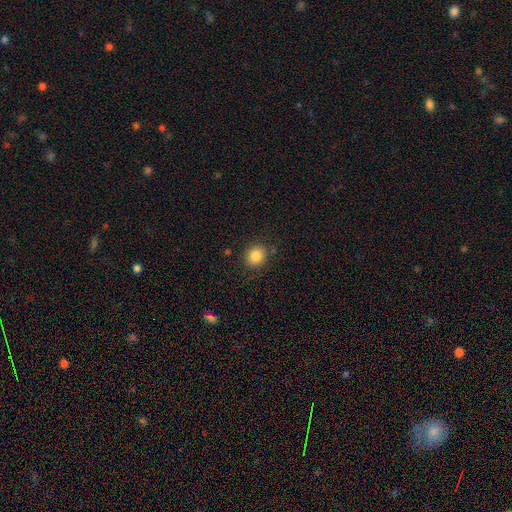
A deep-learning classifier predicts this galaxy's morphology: type=smooth (84%); roundness=round (74%); merging=none (84%).